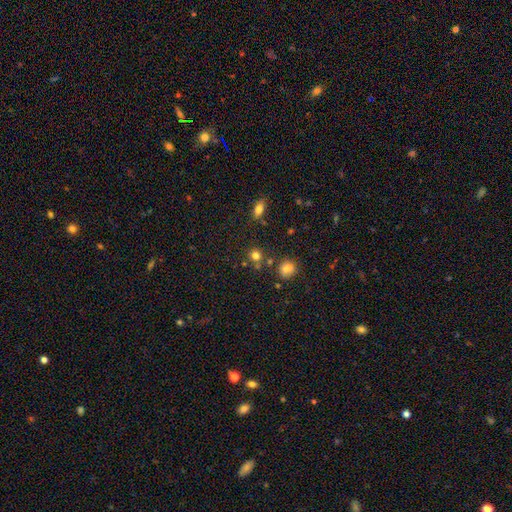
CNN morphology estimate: Smooth or featured? Predicted: smooth (p=0.76). How rounded? Predicted: round (p=0.87). Merging? Predicted: none (p=0.73).